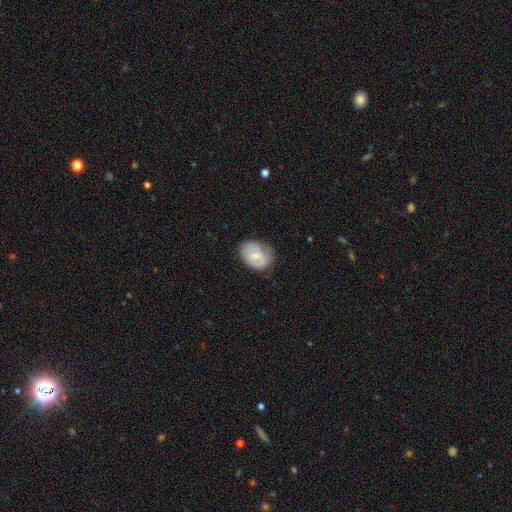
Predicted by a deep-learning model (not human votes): smooth_or_featured: smooth (p=0.53) [alt: featured or disk p=0.40]
how_rounded: in between (p=0.62) [alt: round p=0.37]
merging: none (p=0.63) [alt: minor disturbance p=0.27]